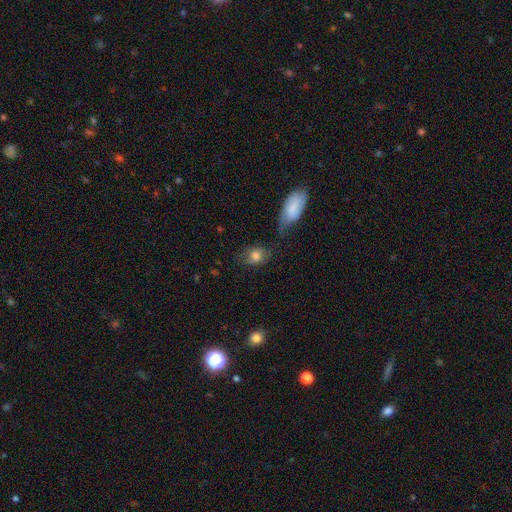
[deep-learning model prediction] Smooth or featured: smooth — 73% (featured or disk — 18%)
How rounded: in between — 64% (round — 34%)
Merging: none — 55% (minor disturbance — 24%)